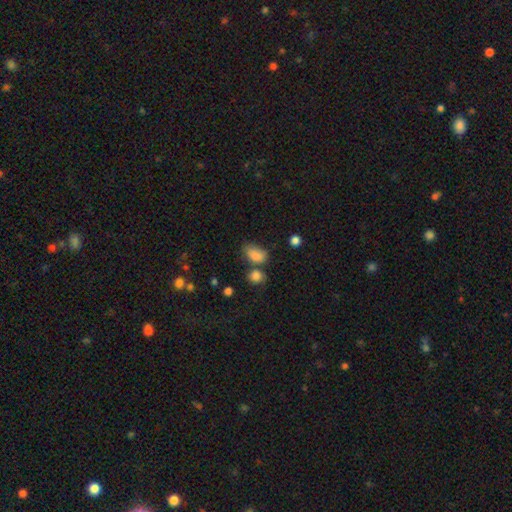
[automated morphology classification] smooth_or_featured: smooth (p=0.83) [alt: star or artifact p=0.10]
how_rounded: in between (p=0.87) [alt: round p=0.11]
merging: none (p=0.49) [alt: minor disturbance p=0.26]